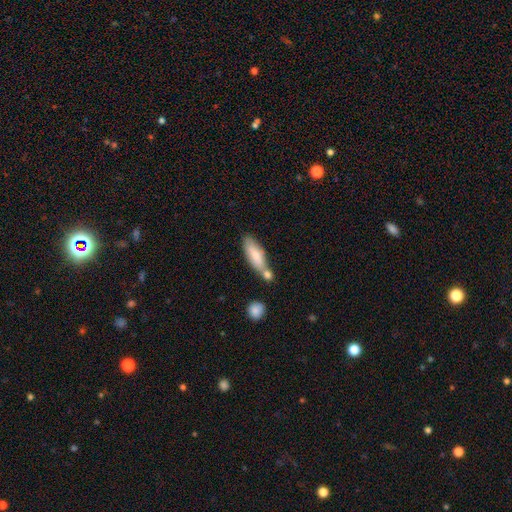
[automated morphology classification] The model was most divided on "how rounded": in between: 54%, cigar-shaped: 44%, round: 2%. Remaining: smooth or featured — smooth (75%); merging — none (44%).